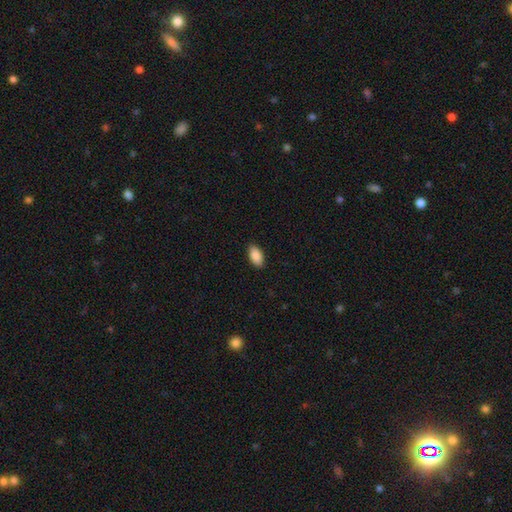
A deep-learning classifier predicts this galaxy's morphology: smooth 89%, star or artifact 7%, featured or disk 4%. Down the decision tree: how rounded — in between (94%); merging — none (89%).